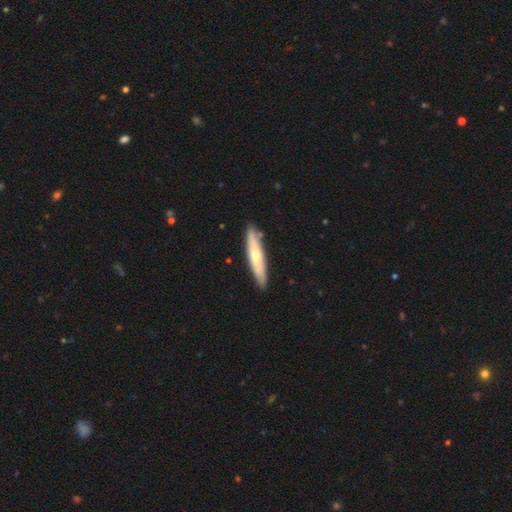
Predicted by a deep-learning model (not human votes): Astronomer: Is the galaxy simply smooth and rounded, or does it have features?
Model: smooth — 51% (runner-up: featured or disk, 44%).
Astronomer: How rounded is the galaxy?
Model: cigar-shaped — 87%.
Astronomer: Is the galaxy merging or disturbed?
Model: none — 87%.